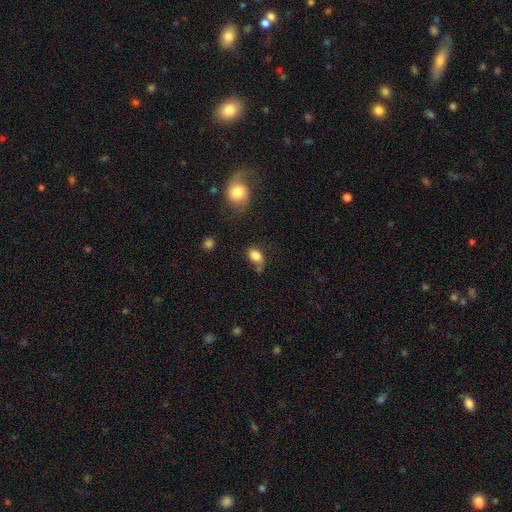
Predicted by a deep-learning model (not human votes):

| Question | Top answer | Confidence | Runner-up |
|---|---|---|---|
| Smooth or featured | smooth | 84% | star or artifact (9%) |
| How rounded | in between | 84% | round (14%) |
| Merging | none | 58% | minor disturbance (26%) |